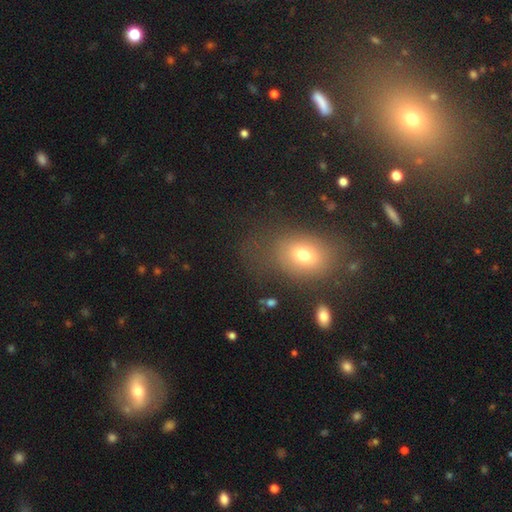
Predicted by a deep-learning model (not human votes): Q: Smooth or featured?
A: smooth (54%); runner-up: star or artifact (27%)
Q: How rounded?
A: in between (72%); runner-up: round (26%)
Q: Merging?
A: none (78%); runner-up: minor disturbance (13%)